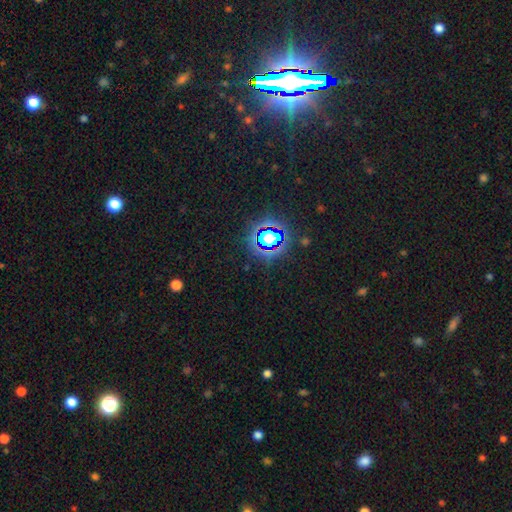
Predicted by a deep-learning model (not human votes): Overall: star or artifact (84%).